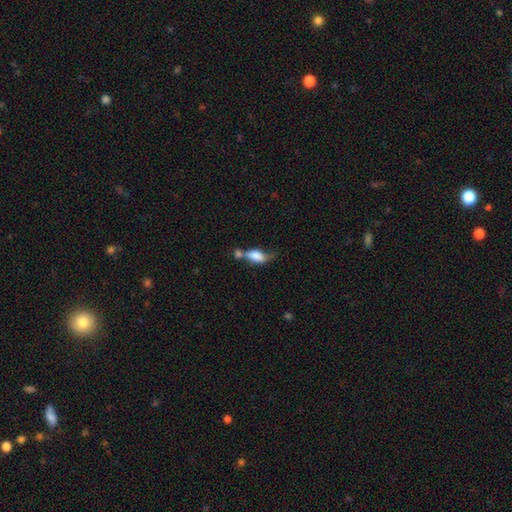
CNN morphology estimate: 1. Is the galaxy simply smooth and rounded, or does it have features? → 74% smooth, 18% featured or disk, 8% star or artifact.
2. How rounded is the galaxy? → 84% in between, 10% cigar-shaped, 6% round.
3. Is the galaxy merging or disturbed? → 45% merger, 25% none, 18% minor disturbance, 12% major disturbance.